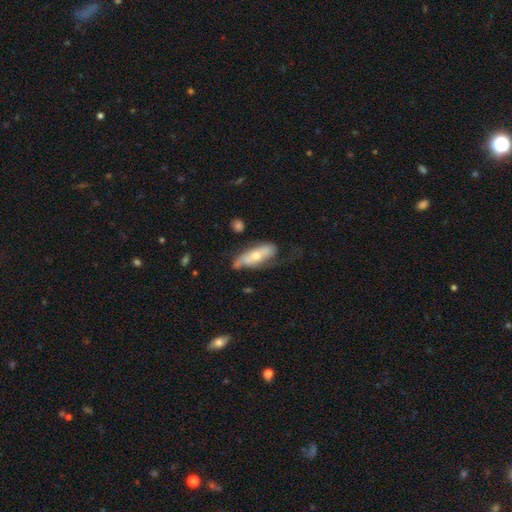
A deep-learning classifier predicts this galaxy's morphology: Smooth or featured: smooth — 48% (featured or disk — 46%)
Merging: none — 41% (minor disturbance — 31%)